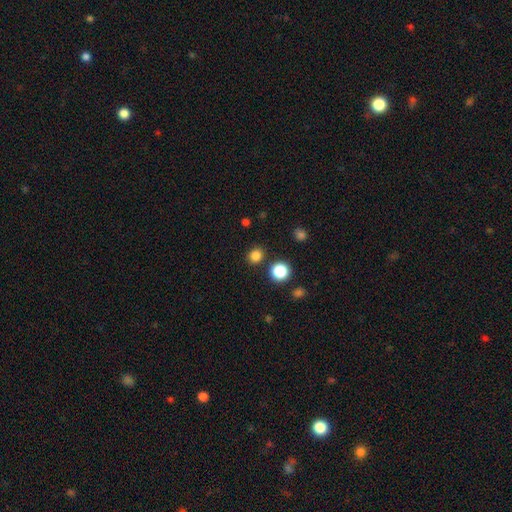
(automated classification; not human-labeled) This appears to be a smooth galaxy with no disk features (81%) that is round (81%). Merging: none (87%).